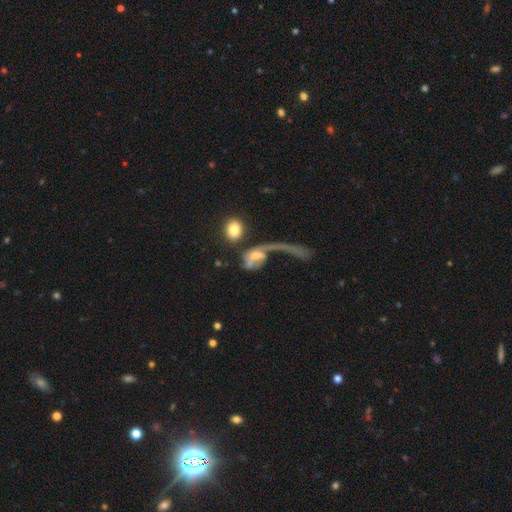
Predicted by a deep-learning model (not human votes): Q: Smooth or featured?
A: featured or disk (52%); runner-up: smooth (39%)
Q: Edge-on disk?
A: no (92%); runner-up: yes (8%)
Q: Merging?
A: major disturbance (52%); runner-up: merger (25%)